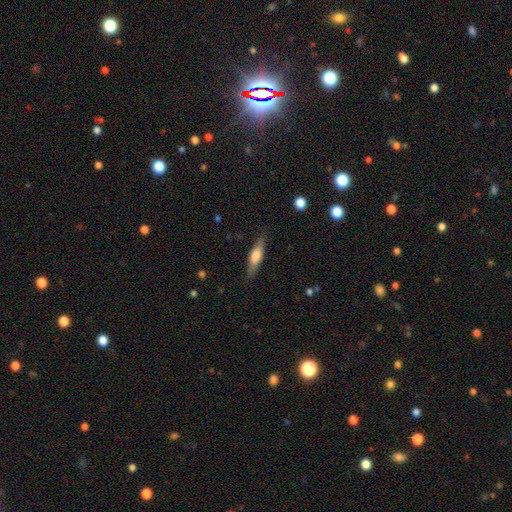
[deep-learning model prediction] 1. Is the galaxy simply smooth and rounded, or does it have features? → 52% smooth, 42% featured or disk, 6% star or artifact.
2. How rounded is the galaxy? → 69% cigar-shaped, 29% in between, 2% round.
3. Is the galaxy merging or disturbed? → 83% none, 13% minor disturbance, 3% major disturbance, 1% merger.